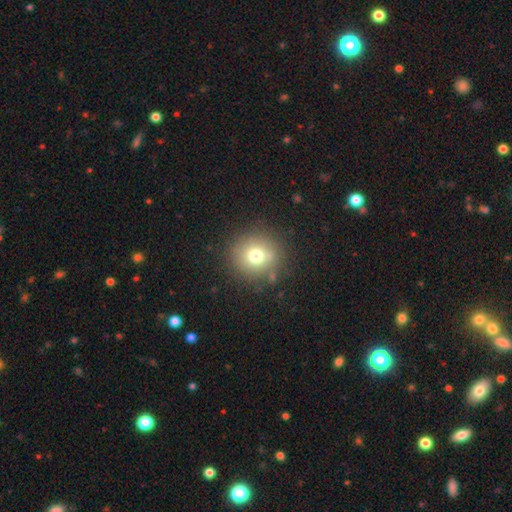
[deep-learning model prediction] A smooth galaxy with no disk features (73%) that is round (88%).

Vote fractions:
- Smooth or featured? smooth: 73% / star or artifact: 14% / featured or disk: 13%
- How rounded? round: 88% / in between: 11% / cigar-shaped: 1%
- Merging? none: 82% / minor disturbance: 11% / major disturbance: 4% / merger: 3%